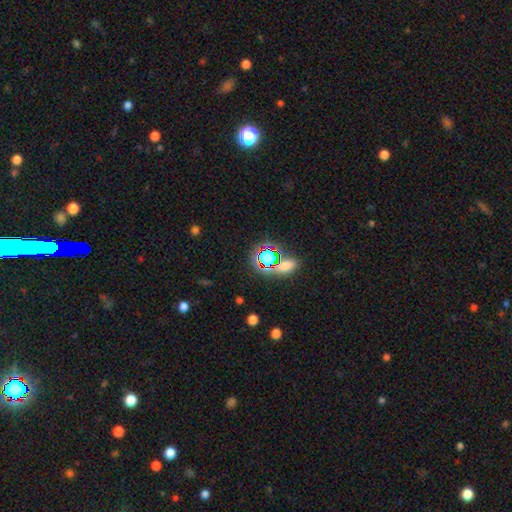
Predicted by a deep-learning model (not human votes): A star or artifact, not a galaxy (71%).